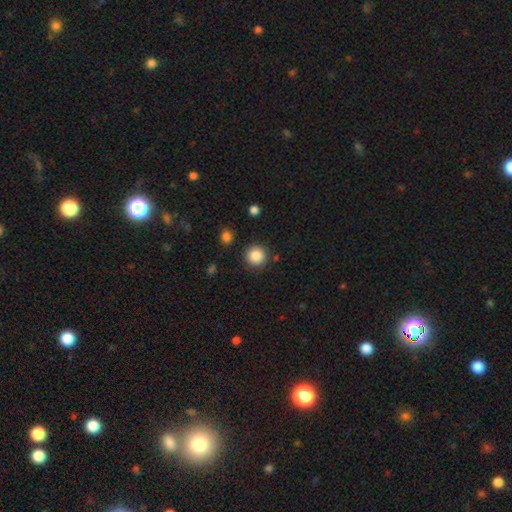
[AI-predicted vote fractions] smooth_or_featured: smooth (p=0.86) [alt: star or artifact p=0.10]
how_rounded: round (p=0.95) [alt: in between p=0.04]
merging: none (p=0.88) [alt: minor disturbance p=0.06]